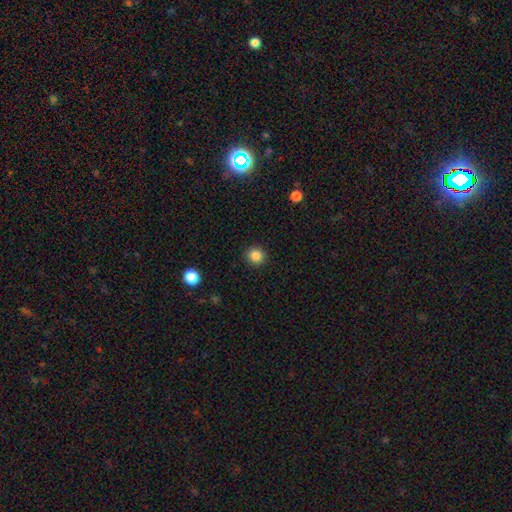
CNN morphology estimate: smooth_or_featured: smooth (p=0.85) [alt: star or artifact p=0.11]
how_rounded: round (p=0.92) [alt: in between p=0.07]
merging: none (p=0.92) [alt: minor disturbance p=0.05]